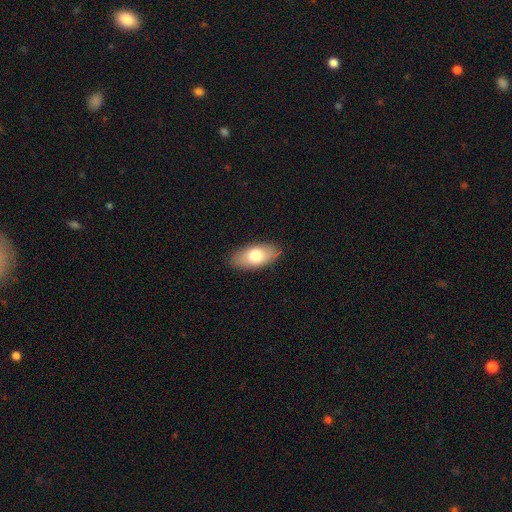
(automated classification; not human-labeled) This is likely a smooth galaxy (73%). How rounded: clearly in between (89%). Merging: clearly none (86%).